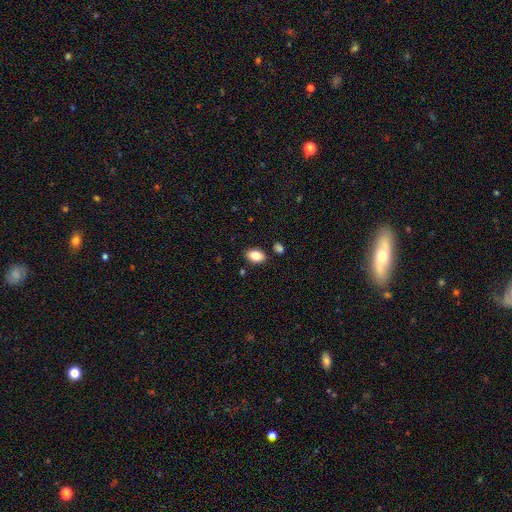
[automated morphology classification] smooth-or-featured: smooth: 84% | featured or disk: 8% | star or artifact: 8%
  how-rounded: in between: 85% | round: 14% | cigar-shaped: 1%
  merging: none: 84% | minor disturbance: 10% | merger: 4% | major disturbance: 2%